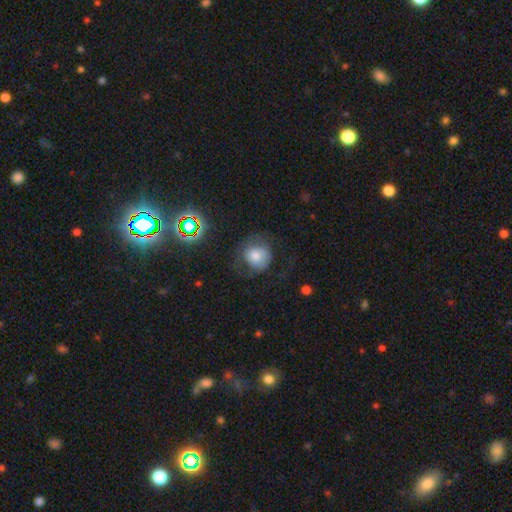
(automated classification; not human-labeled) Overall: smooth (65%). How rounded: round (83%). Merging: none (53%; major disturbance 23%).